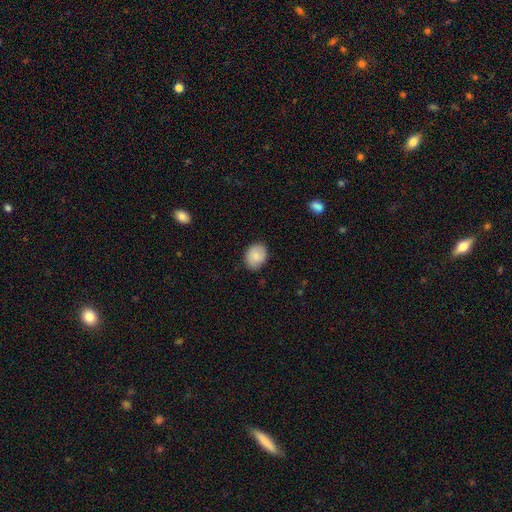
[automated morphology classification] A smooth galaxy with no disk features (84%) that is round (50%). Merging: none (80%).